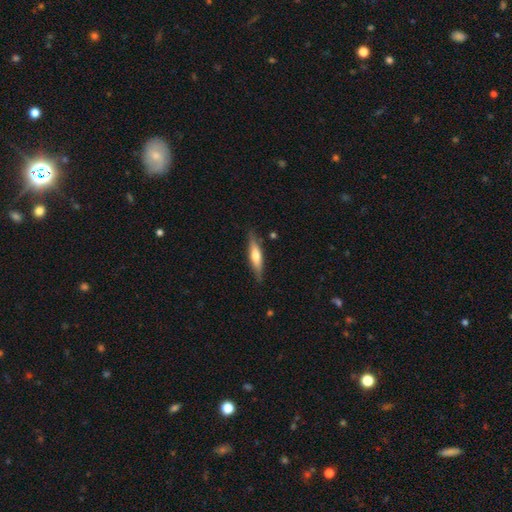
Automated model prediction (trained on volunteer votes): Smooth or featured: smooth — 49% (featured or disk — 46%)
Merging: none — 84% (minor disturbance — 12%)